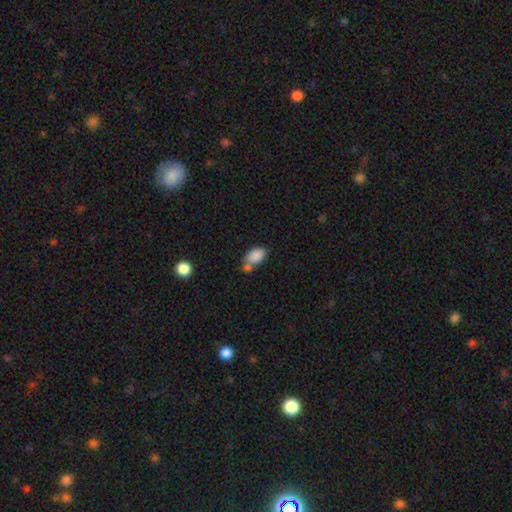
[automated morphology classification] smooth-or-featured: smooth: 85% | star or artifact: 8% | featured or disk: 7%
  how-rounded: in between: 90% | round: 9% | cigar-shaped: 2%
  merging: none: 41% | merger: 37% | minor disturbance: 17% | major disturbance: 6%